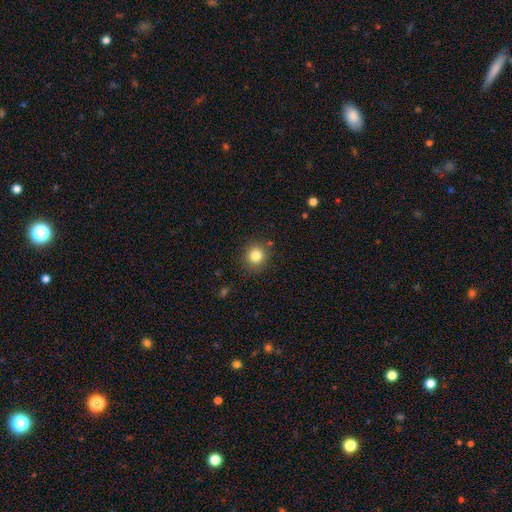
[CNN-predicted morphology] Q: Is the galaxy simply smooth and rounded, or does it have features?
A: smooth — 82%.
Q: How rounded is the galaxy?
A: round — 86%.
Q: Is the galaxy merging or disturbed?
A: none — 86%.